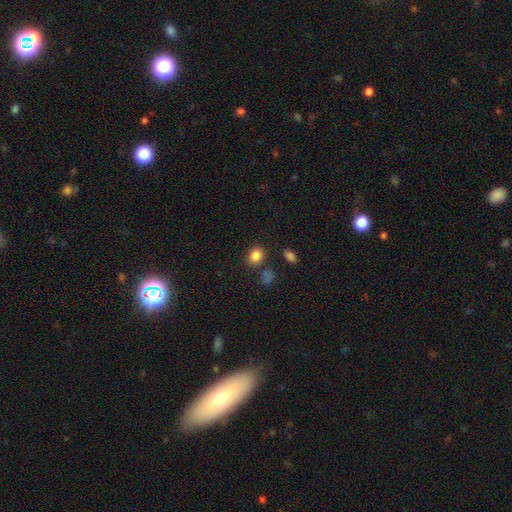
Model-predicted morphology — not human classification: Q: Smooth or featured?
A: smooth (85%); runner-up: star or artifact (11%)
Q: How rounded?
A: round (53%); runner-up: in between (46%)
Q: Merging?
A: none (80%); runner-up: minor disturbance (10%)